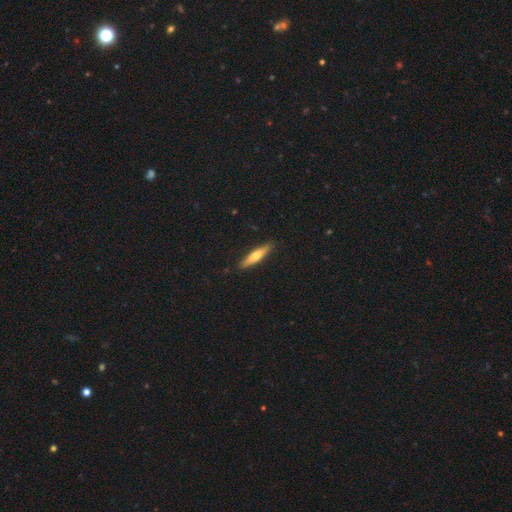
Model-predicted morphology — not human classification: smooth-or-featured: smooth: 60% | featured or disk: 35% | star or artifact: 6%
  how-rounded: cigar-shaped: 84% | in between: 15% | round: 2%
  merging: none: 89% | minor disturbance: 8% | major disturbance: 2% | merger: 1%